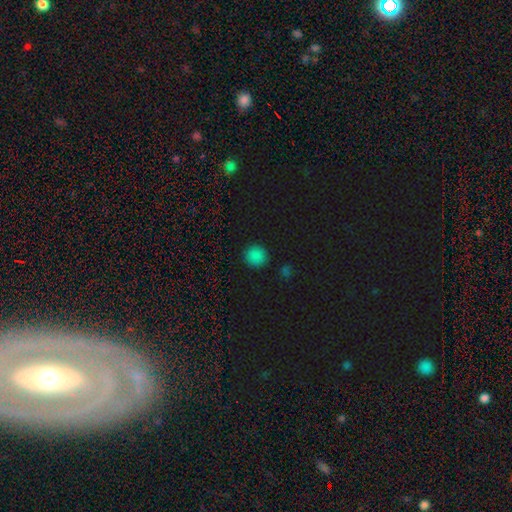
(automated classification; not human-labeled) Smooth or featured: smooth — 83% (star or artifact — 15%)
How rounded: round — 90% (in between — 9%)
Merging: none — 90% (minor disturbance — 6%)